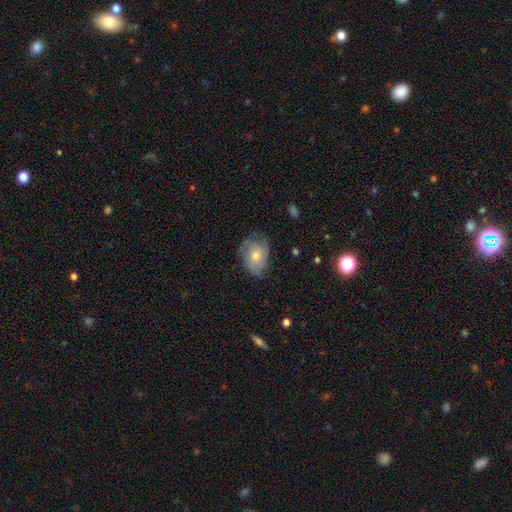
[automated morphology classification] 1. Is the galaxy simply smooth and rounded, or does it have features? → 55% featured or disk, 36% smooth, 9% star or artifact.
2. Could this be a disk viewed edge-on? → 96% no, 4% yes.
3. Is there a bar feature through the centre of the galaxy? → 79% no, 18% weak, 3% strong.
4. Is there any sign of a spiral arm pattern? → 81% yes, 19% no.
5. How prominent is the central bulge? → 56% moderate, 37% small, 4% large, 2% none, 1% dominant.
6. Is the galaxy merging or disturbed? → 65% none, 25% minor disturbance, 9% major disturbance, 1% merger.